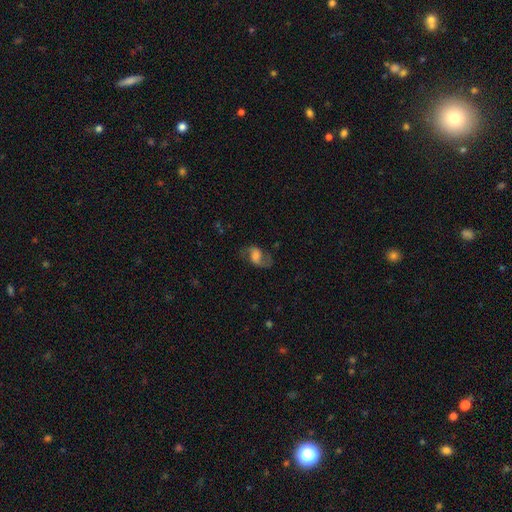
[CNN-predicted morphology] smooth-or-featured: featured or disk: 59% | smooth: 31% | star or artifact: 10%
  disk-edge-on: no: 95% | yes: 5%
    bar: weak: 44% | no: 37% | strong: 19%
    has-spiral-arms: yes: 86% | no: 14%
    bulge-size: large: 31% | moderate: 25% | none: 21% | small: 17% | dominant: 6%
  merging: none: 65% | minor disturbance: 18% | major disturbance: 14% | merger: 2%